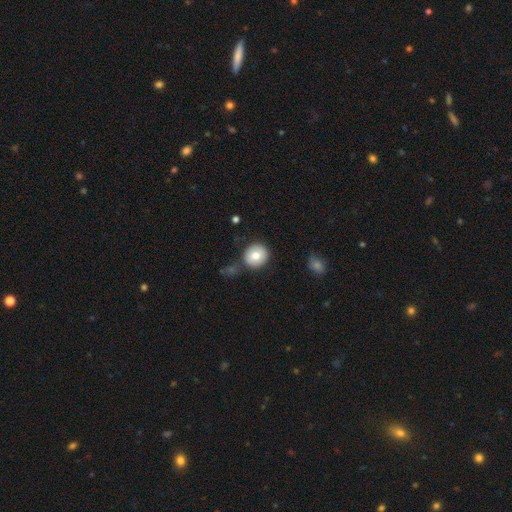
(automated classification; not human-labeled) Smooth or featured? Predicted: smooth (p=0.79). How rounded? Predicted: round (p=0.91). Merging? Predicted: none (p=0.82).